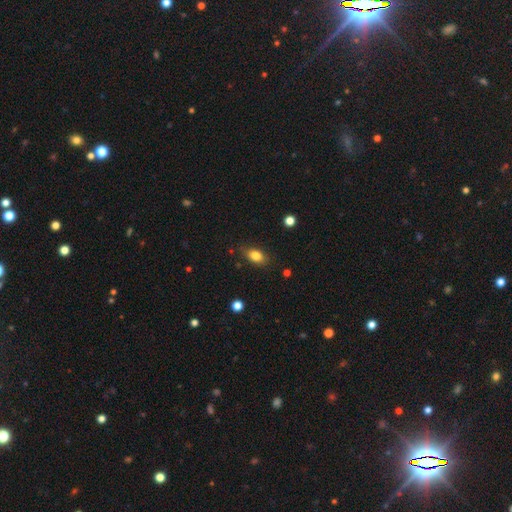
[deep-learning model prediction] This appears to be a smooth galaxy with no disk features (83%) that is in between round and cigar-shaped (83%). Merging: none (81%).